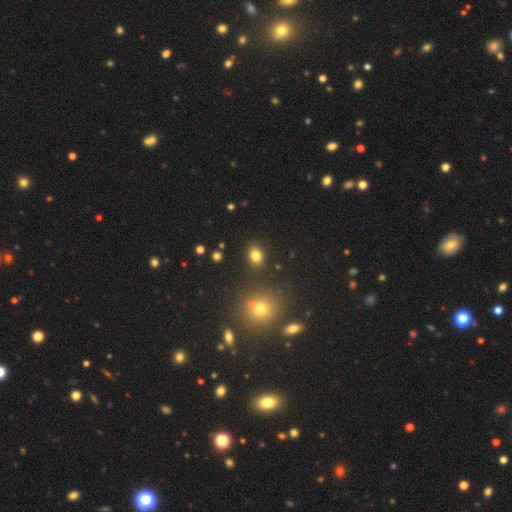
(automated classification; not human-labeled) Overall: smooth (81%). How rounded: in between (58%; round 41%). Merging: none (86%).